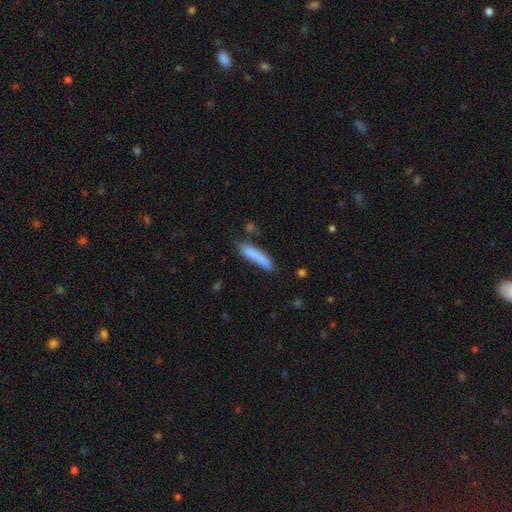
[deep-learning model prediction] smooth-or-featured: smooth: 82% | featured or disk: 11% | star or artifact: 7%
  how-rounded: cigar-shaped: 85% | in between: 14% | round: 1%
  merging: none: 66% | minor disturbance: 22% | major disturbance: 6% | merger: 6%